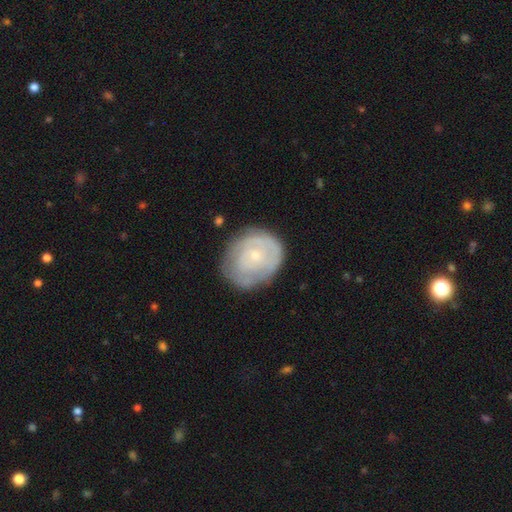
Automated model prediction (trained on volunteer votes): Smooth or featured? Predicted: featured or disk (p=0.56). Edge-on disk? Predicted: no (p=0.97). Bar? Predicted: no (p=0.83). Spiral arms? Predicted: yes (p=0.58). Bulge size? Predicted: small (p=0.75). Merging? Predicted: none (p=0.66).